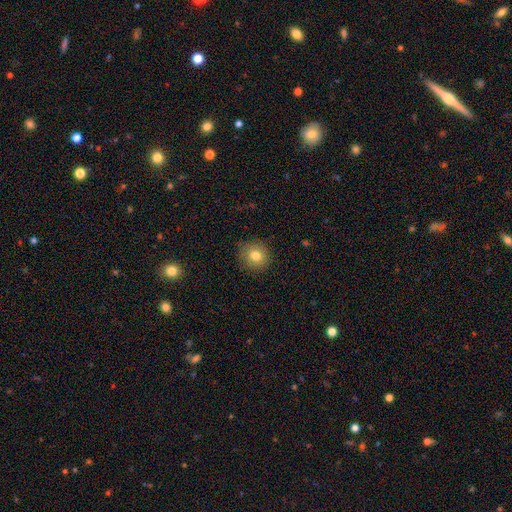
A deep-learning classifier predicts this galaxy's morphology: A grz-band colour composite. It shows a smooth galaxy with no disk features (80%) that is round (89%). Merging: none (86%).